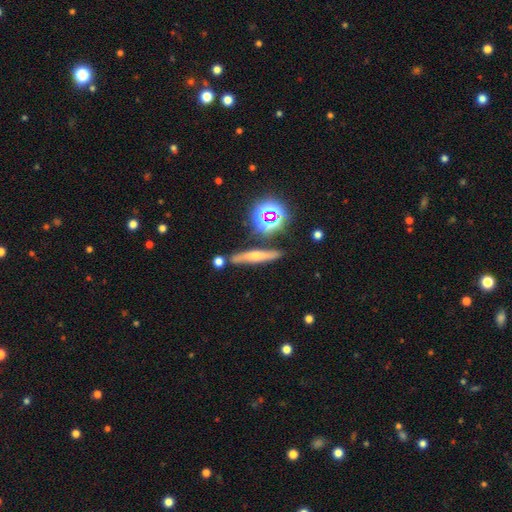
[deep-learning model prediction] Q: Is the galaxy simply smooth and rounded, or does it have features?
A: featured or disk — 57%.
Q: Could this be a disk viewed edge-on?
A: yes — 90%.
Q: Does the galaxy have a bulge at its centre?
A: rounded — 83%.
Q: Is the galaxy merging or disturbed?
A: none — 80%.